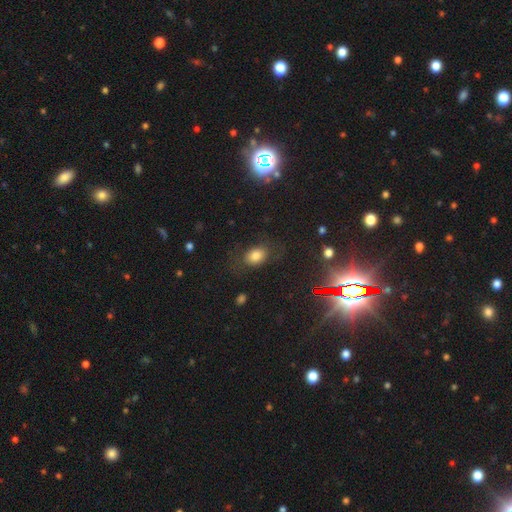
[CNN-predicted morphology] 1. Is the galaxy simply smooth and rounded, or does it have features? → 75% smooth, 13% star or artifact, 12% featured or disk.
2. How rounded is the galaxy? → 76% in between, 23% round, 2% cigar-shaped.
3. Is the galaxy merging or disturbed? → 71% none, 17% minor disturbance, 10% major disturbance, 2% merger.